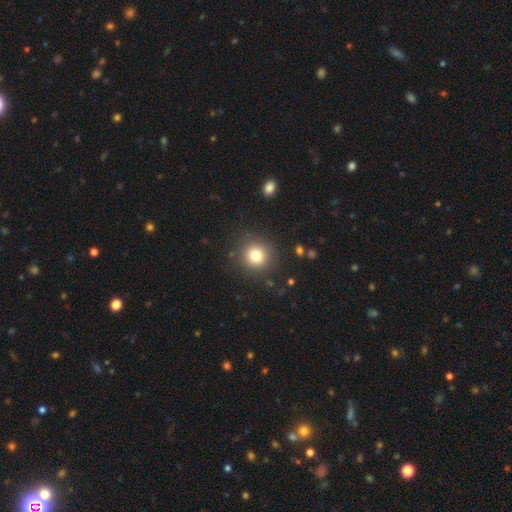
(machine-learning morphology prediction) smooth_or_featured: smooth (p=0.79) [alt: star or artifact p=0.13]
how_rounded: round (p=0.92) [alt: in between p=0.07]
merging: none (p=0.88) [alt: minor disturbance p=0.07]